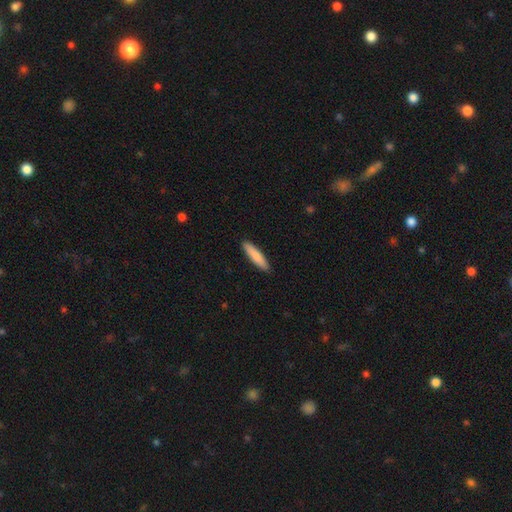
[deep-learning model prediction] Smooth or featured? smooth (84%)
How rounded? cigar-shaped (83%)
Merging? none (91%)